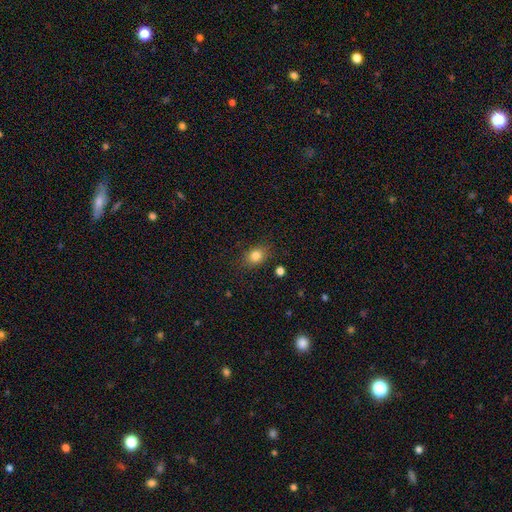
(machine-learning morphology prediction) Q: Smooth or featured?
A: smooth (83%); runner-up: star or artifact (11%)
Q: How rounded?
A: in between (56%); runner-up: round (43%)
Q: Merging?
A: none (82%); runner-up: minor disturbance (12%)